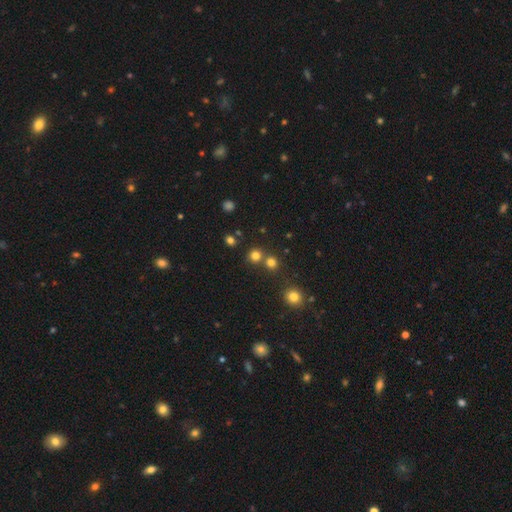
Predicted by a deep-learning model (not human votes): Smooth or featured? smooth (76%)
How rounded? round (90%)
Merging? none (69%)